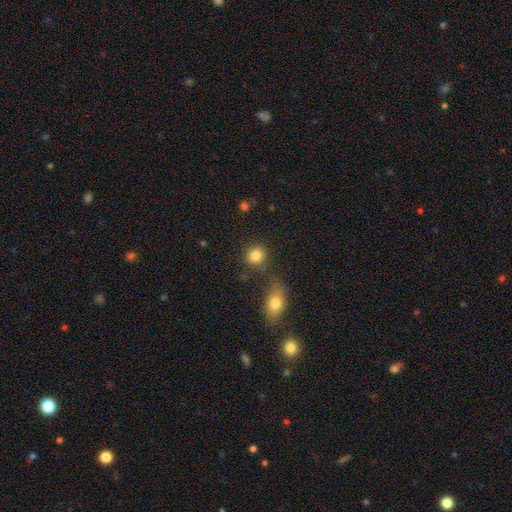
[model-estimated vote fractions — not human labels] Smooth or featured: smooth — 83% (star or artifact — 10%)
How rounded: round — 84% (in between — 14%)
Merging: none — 76% (merger — 11%)